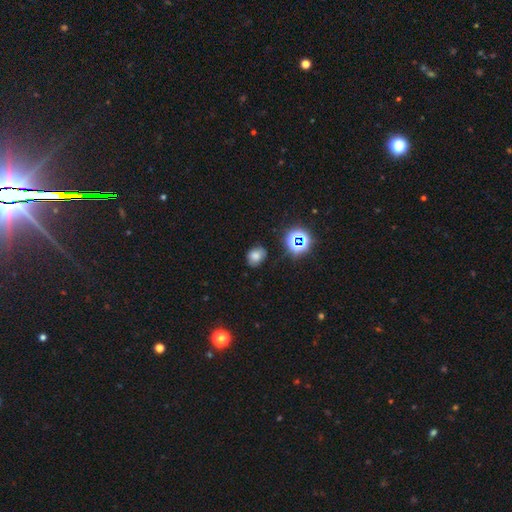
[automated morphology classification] A smooth galaxy with no disk features (70%) that is in between round and cigar-shaped (58%). Merging: none (73%).